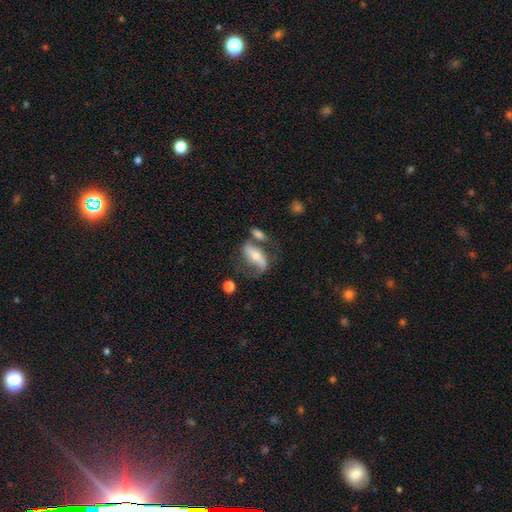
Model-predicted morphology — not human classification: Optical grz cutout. It shows a featured or disk galaxy (68%) with a strong bar (46%), spiral arms (84%) and a moderate central bulge (49%). Merging: none (45%).